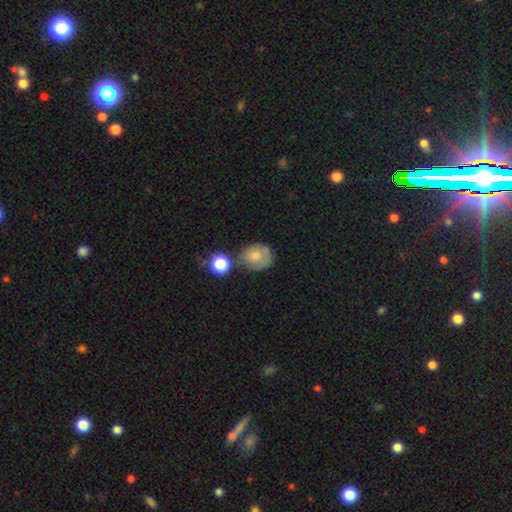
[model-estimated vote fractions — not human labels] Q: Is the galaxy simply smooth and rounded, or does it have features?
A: smooth — 70%.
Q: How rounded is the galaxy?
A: round — 54%.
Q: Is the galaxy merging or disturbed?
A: none — 46%.